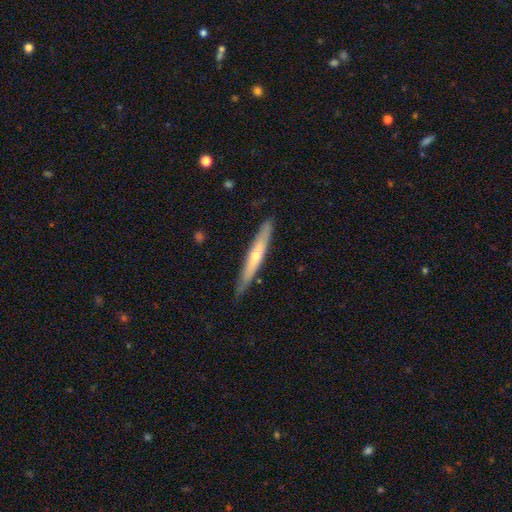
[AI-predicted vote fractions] Smooth or featured? Predicted: featured or disk (p=0.53). Edge-on disk? Predicted: yes (p=0.91). Merging? Predicted: none (p=0.85).